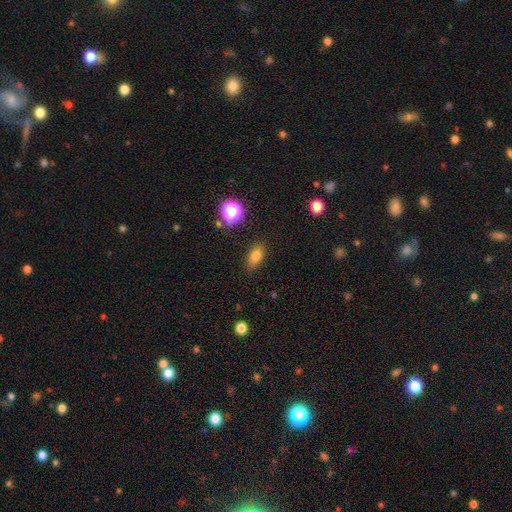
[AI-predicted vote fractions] This is likely a smooth galaxy (78%). How rounded: clearly in between (82%). Merging: clearly none (84%).